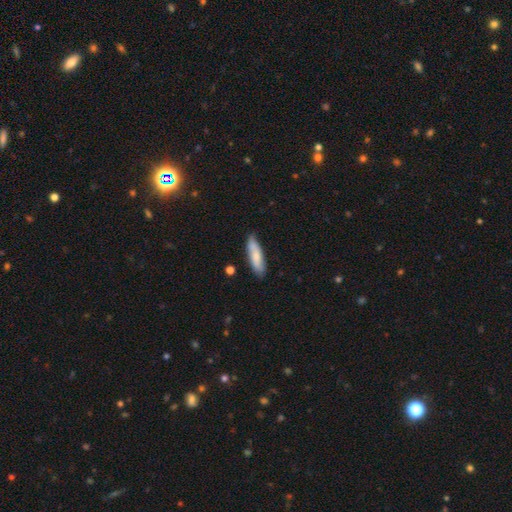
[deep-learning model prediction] Overall: smooth (76%). How rounded: cigar-shaped (59%; in between 40%). Merging: none (80%).